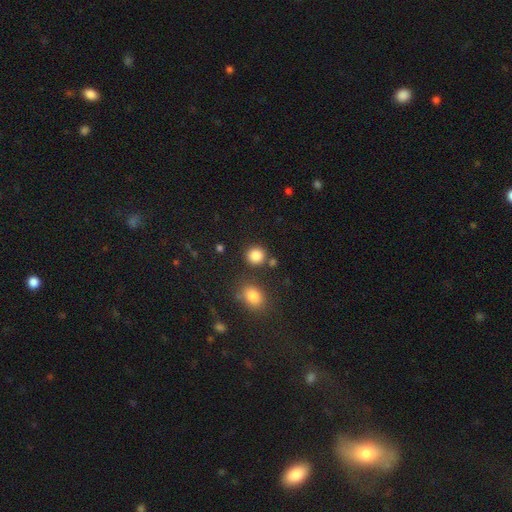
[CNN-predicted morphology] Smooth or featured? smooth (85%)
How rounded? round (87%)
Merging? none (81%)